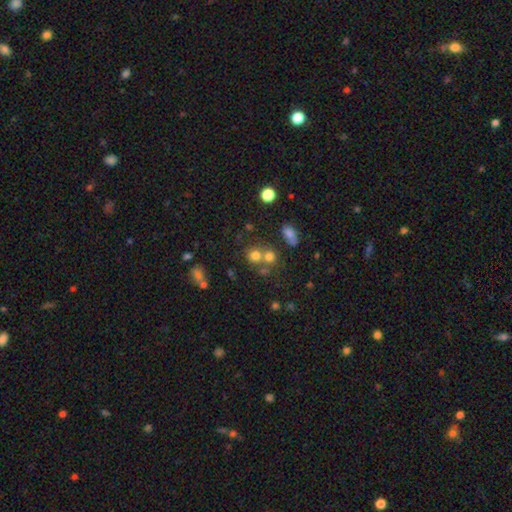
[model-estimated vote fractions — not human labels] Smooth or featured? smooth (71%)
How rounded? round (85%)
Merging? none (52%)